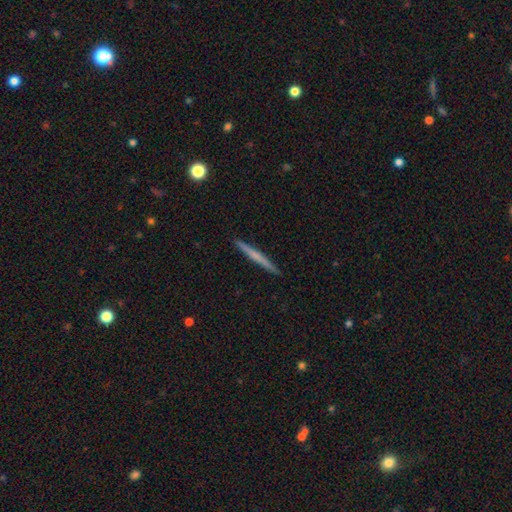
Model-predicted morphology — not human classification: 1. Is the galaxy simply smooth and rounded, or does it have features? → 49% featured or disk, 46% smooth, 5% star or artifact.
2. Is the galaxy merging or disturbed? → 93% none, 5% minor disturbance, 1% major disturbance, 1% merger.